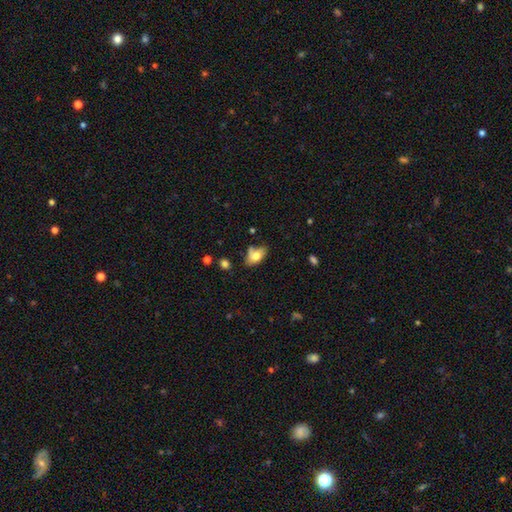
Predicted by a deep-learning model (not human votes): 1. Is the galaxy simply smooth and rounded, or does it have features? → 71% smooth, 20% featured or disk, 9% star or artifact.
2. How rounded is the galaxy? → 89% in between, 7% round, 4% cigar-shaped.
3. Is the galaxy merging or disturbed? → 46% none, 29% minor disturbance, 14% merger, 11% major disturbance.